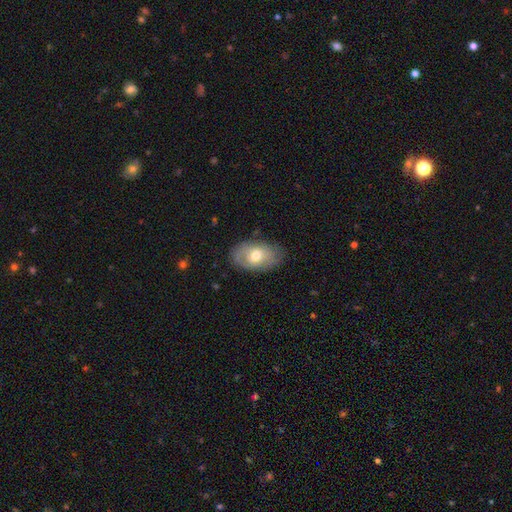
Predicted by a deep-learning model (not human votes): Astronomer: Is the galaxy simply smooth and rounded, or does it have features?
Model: smooth — 55% (runner-up: featured or disk, 39%).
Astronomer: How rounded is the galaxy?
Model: in between — 88%.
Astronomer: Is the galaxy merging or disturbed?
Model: none — 74%.